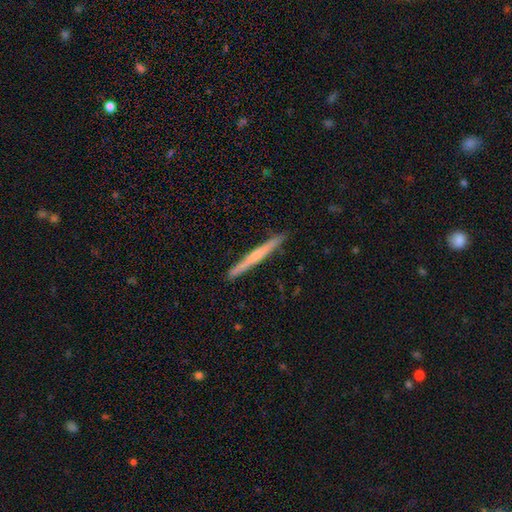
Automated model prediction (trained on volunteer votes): Smooth or featured?
  - featured or disk: 52% *
  - smooth: 42%
  - star or artifact: 5%
Edge-on disk?
  - yes: 98% *
  - no: 2%
Edge-on bulge?
  - none: 54% *
  - rounded: 40%
  - boxy: 6%
Merging?
  - none: 92% *
  - minor disturbance: 6%
  - major disturbance: 1%
  - merger: 1%